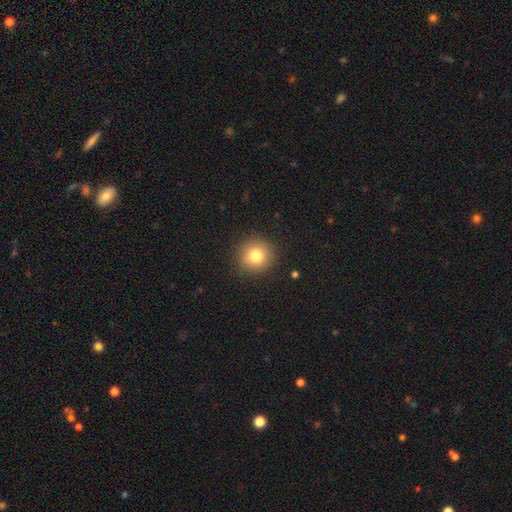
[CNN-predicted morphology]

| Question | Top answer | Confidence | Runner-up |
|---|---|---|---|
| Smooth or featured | smooth | 81% | star or artifact (11%) |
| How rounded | round | 93% | in between (6%) |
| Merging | none | 90% | minor disturbance (7%) |